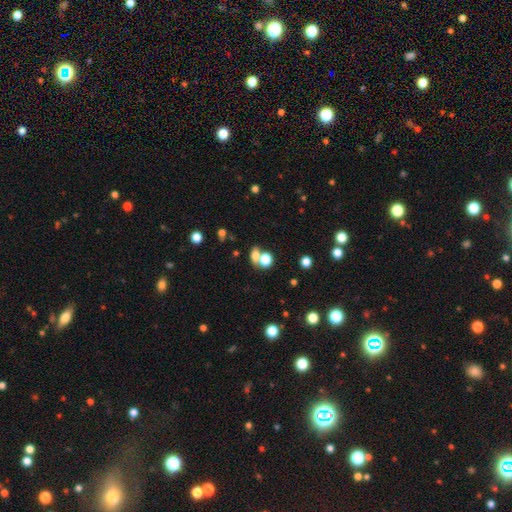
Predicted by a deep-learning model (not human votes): This is likely a smooth galaxy (71%). How rounded: possibly in between (57%). Merging: marginally merger (44%).